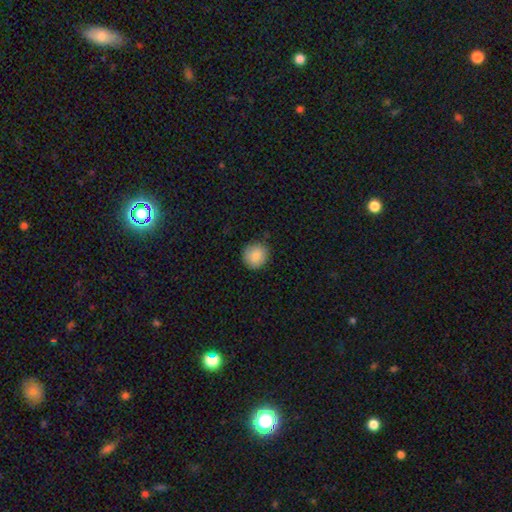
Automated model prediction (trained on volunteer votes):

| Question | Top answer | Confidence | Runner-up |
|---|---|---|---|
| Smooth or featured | smooth | 87% | star or artifact (8%) |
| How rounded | round | 87% | in between (12%) |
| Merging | none | 82% | minor disturbance (15%) |